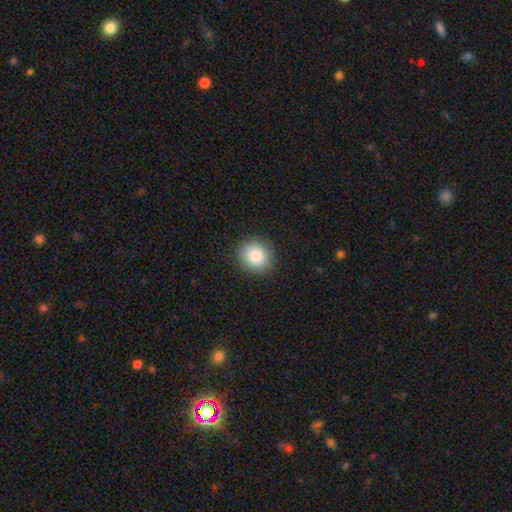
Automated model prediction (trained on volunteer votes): Smooth or featured? Predicted: smooth (p=0.82). How rounded? Predicted: round (p=0.86). Merging? Predicted: none (p=0.90).